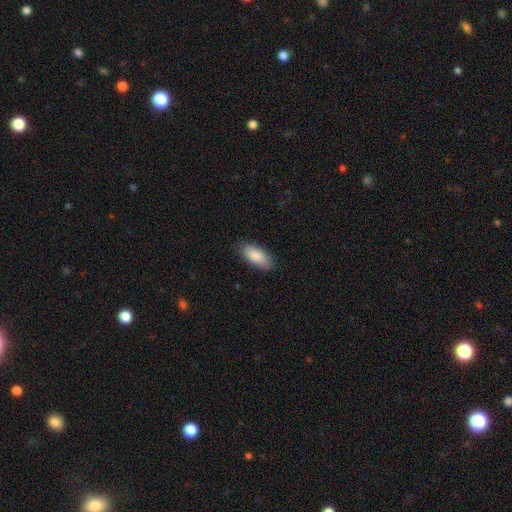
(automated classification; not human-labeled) smooth_or_featured: smooth (p=0.87) [alt: featured or disk p=0.07]
how_rounded: in between (p=0.89) [alt: cigar-shaped p=0.10]
merging: none (p=0.85) [alt: minor disturbance p=0.11]